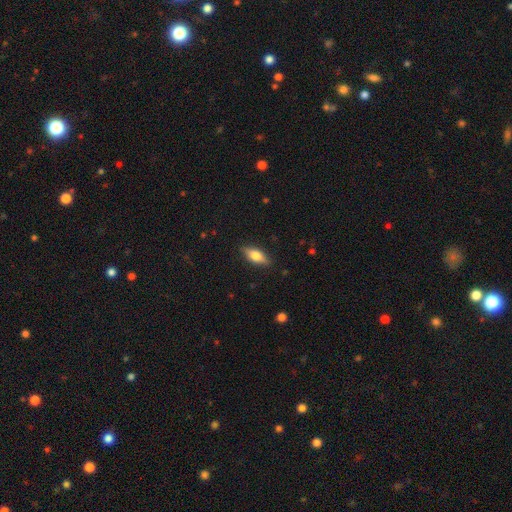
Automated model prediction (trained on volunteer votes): Q: Smooth or featured?
A: smooth (62%); runner-up: featured or disk (31%)
Q: How rounded?
A: in between (73%); runner-up: cigar-shaped (23%)
Q: Merging?
A: none (86%); runner-up: minor disturbance (11%)